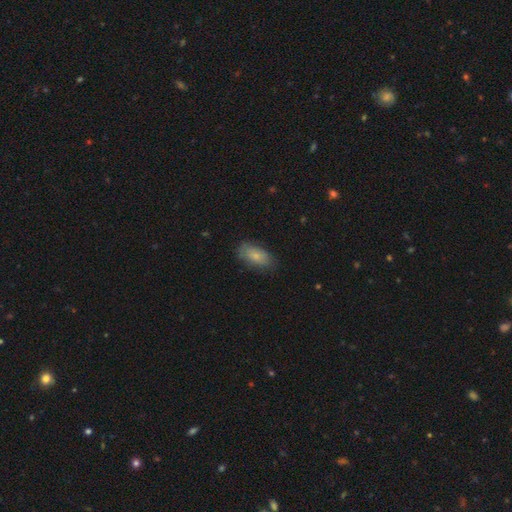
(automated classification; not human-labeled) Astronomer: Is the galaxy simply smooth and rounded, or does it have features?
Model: smooth — 80%.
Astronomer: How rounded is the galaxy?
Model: in between — 90%.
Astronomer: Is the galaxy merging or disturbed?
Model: none — 76%.